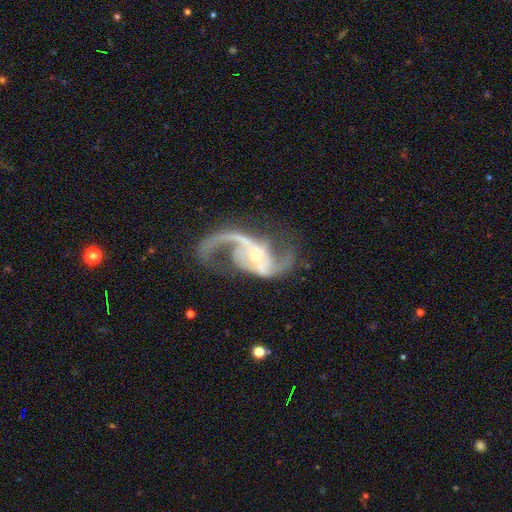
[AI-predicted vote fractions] smooth_or_featured: featured or disk (p=0.92) [alt: star or artifact p=0.05]
disk_edge_on: no (p=0.98) [alt: yes p=0.02]
bar: no (p=0.41) [alt: weak p=0.34]
has_spiral_arms: yes (p=0.98) [alt: no p=0.02]
spiral_winding: loose (p=0.57) [alt: medium p=0.36]
spiral_arm_count: 2 (p=0.90) [alt: 1 p=0.03]
bulge_size: small (p=0.56) [alt: moderate p=0.39]
merging: none (p=0.64) [alt: major disturbance p=0.17]